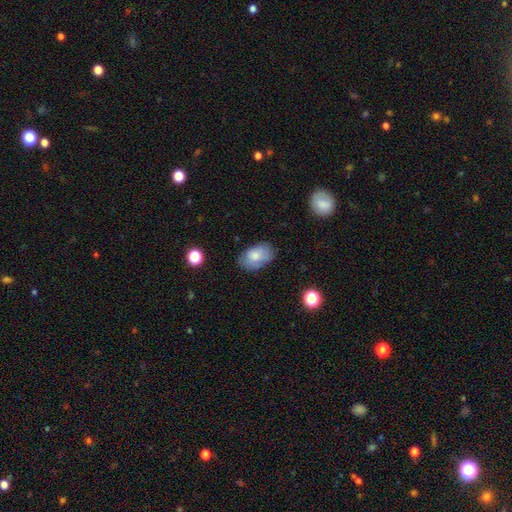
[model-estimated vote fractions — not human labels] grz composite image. It shows a smooth galaxy with no disk features (77%) that is in between round and cigar-shaped (90%). Merging: none (72%).